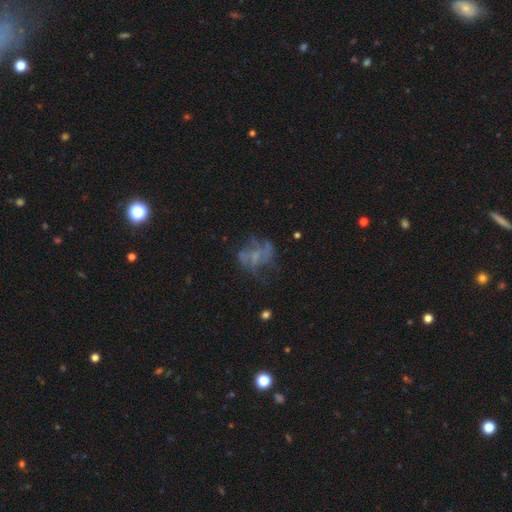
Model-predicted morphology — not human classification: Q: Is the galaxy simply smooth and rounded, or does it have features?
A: featured or disk — 59%.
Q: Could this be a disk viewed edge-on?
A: no — 97%.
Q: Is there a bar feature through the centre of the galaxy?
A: no — 75%.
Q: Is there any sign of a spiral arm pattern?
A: no — 59%.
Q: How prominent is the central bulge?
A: none — 58%.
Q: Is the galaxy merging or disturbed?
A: none — 48%.